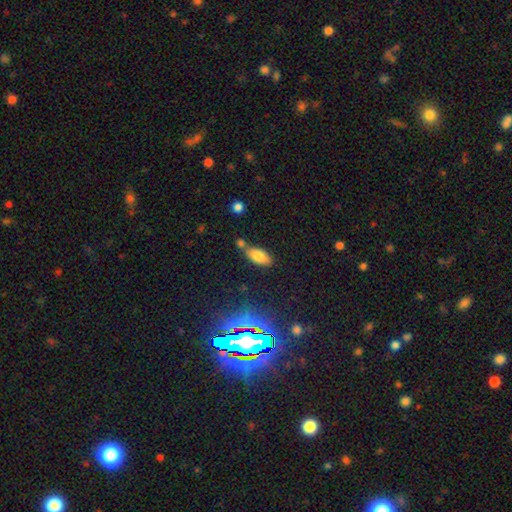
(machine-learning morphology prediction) smooth 58%, star or artifact 30%, featured or disk 12%. Down the decision tree: how rounded — in between (85%); merging — none (73%).